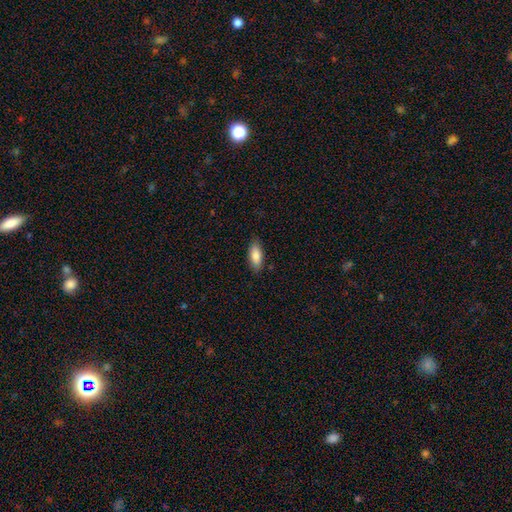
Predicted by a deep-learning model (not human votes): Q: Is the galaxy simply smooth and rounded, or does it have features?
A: smooth — 85%.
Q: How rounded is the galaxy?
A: in between — 79%.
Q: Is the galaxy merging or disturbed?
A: none — 86%.